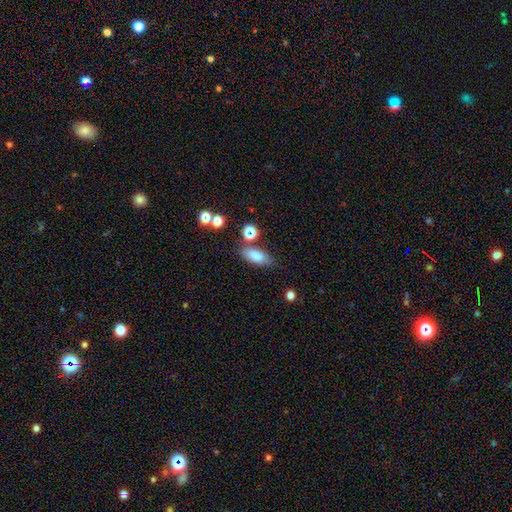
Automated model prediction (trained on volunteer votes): This is clearly a smooth galaxy (82%). How rounded: likely in between (79%). Merging: likely none (73%).